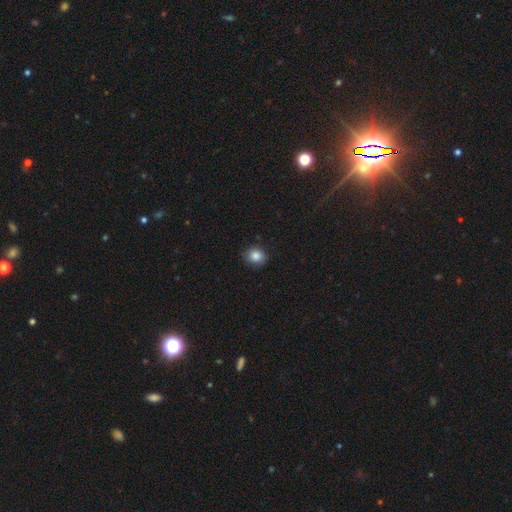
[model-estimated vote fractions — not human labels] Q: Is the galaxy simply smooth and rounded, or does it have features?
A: smooth — 86%.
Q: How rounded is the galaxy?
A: round — 78%.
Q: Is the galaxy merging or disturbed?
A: none — 86%.